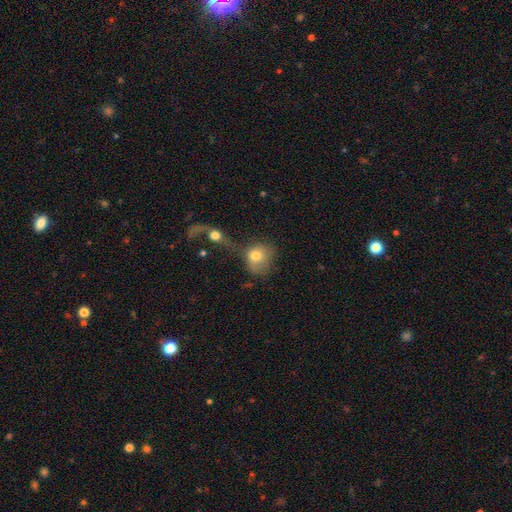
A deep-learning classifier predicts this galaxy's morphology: Smooth or featured: smooth — 74% (featured or disk — 17%)
How rounded: round — 67% (in between — 31%)
Merging: merger — 42% (none — 25%)